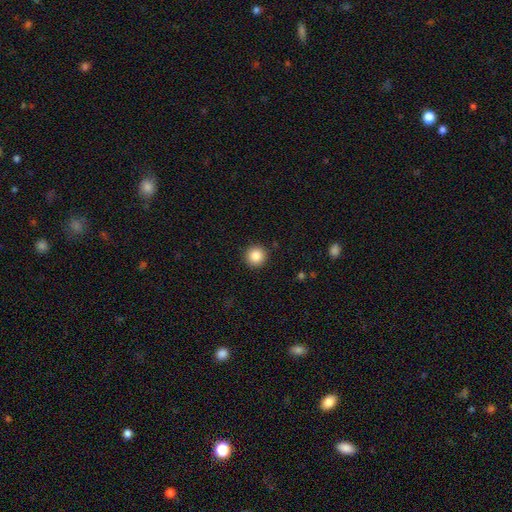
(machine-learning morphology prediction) Q: Smooth or featured?
A: smooth (86%); runner-up: star or artifact (9%)
Q: How rounded?
A: round (95%); runner-up: in between (4%)
Q: Merging?
A: none (92%); runner-up: minor disturbance (5%)